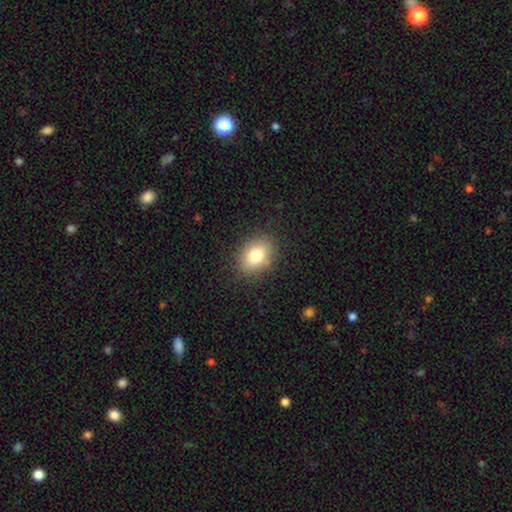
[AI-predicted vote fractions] A smooth galaxy with no disk features (79%) that is in between round and cigar-shaped (68%).

Vote fractions:
- Smooth or featured? smooth: 79% / featured or disk: 11% / star or artifact: 10%
- How rounded? in between: 68% / round: 31% / cigar-shaped: 1%
- Merging? none: 85% / minor disturbance: 11% / major disturbance: 3% / merger: 1%